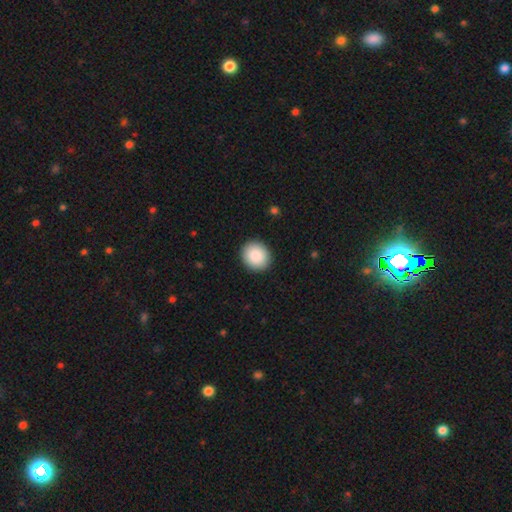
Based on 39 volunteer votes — Q: Smooth or featured?
A: smooth (95%); runner-up: star or artifact (5%)
Q: How rounded?
A: round (81%); runner-up: in between (19%)
Q: Merging?
A: none (78%); runner-up: minor disturbance (14%)